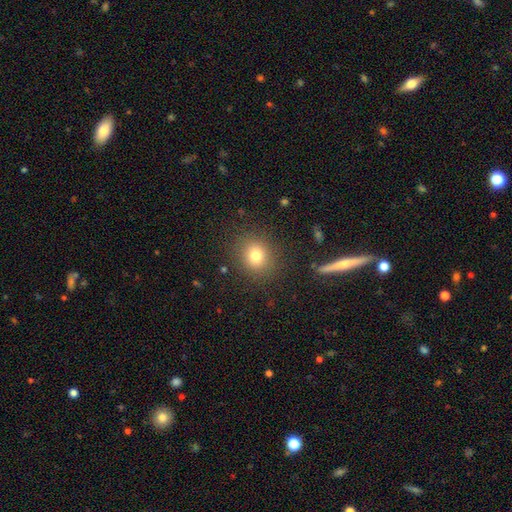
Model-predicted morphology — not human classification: This appears to be a smooth galaxy with no disk features (78%) that is round (81%). Merging: none (87%).